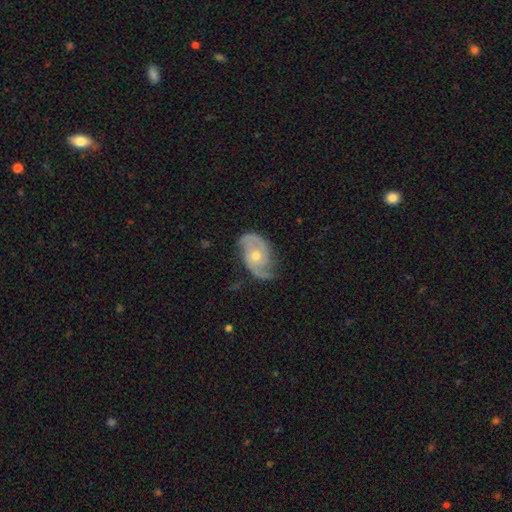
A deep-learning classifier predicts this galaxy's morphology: This is clearly a featured or disk galaxy (85%). It is clearly not viewed edge-on (96%). Bar: likely no (73%). Spiral arm pattern: clearly yes (95%). Spiral arm count: clearly 2 (81%). Spiral winding: marginally medium (45%). Central bulge: possibly moderate (58%). Merging: likely none (68%).